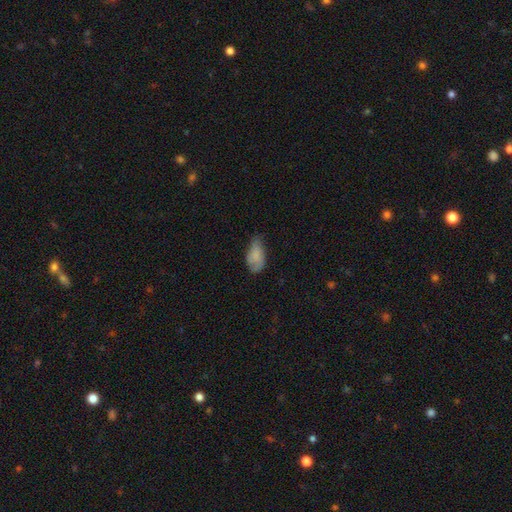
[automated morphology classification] Q: Smooth or featured?
A: smooth (75%); runner-up: featured or disk (17%)
Q: How rounded?
A: in between (93%); runner-up: round (4%)
Q: Merging?
A: none (44%); runner-up: minor disturbance (41%)